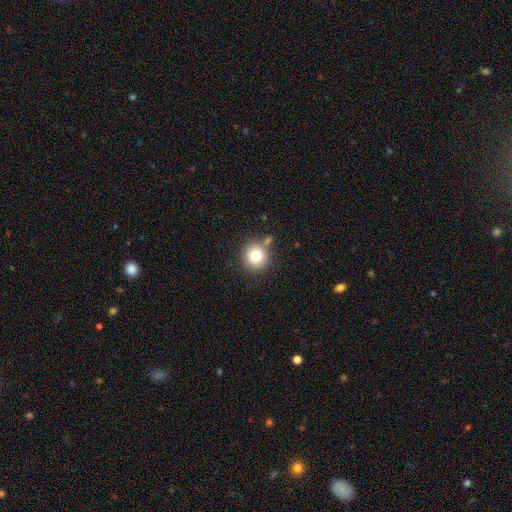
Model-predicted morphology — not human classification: A smooth galaxy with no disk features (80%) that is round (91%). Merging: none (76%).